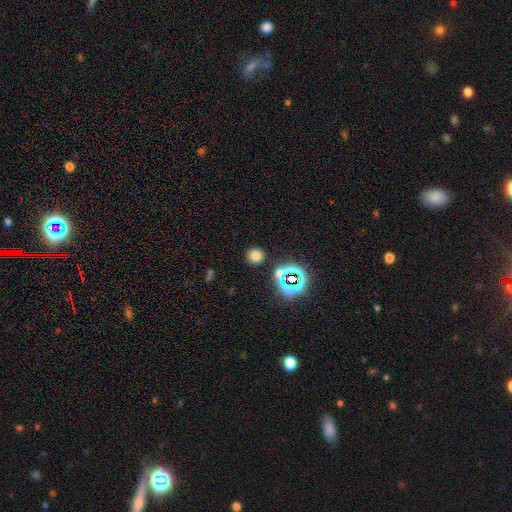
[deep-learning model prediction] Smooth or featured? smooth (70%)
How rounded? round (91%)
Merging? none (87%)